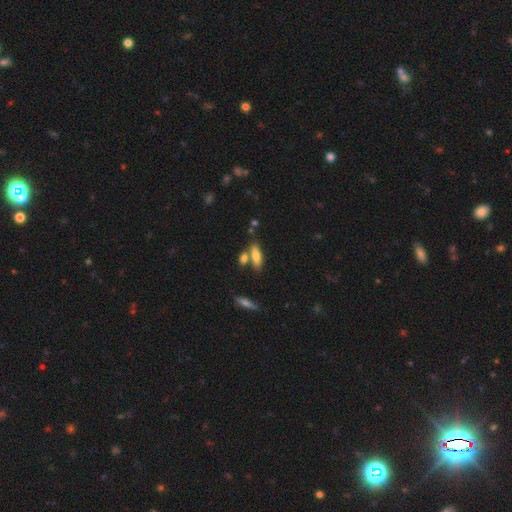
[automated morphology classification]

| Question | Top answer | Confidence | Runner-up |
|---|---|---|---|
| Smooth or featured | smooth | 76% | featured or disk (16%) |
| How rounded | in between | 57% | cigar-shaped (40%) |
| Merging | none | 63% | merger (22%) |